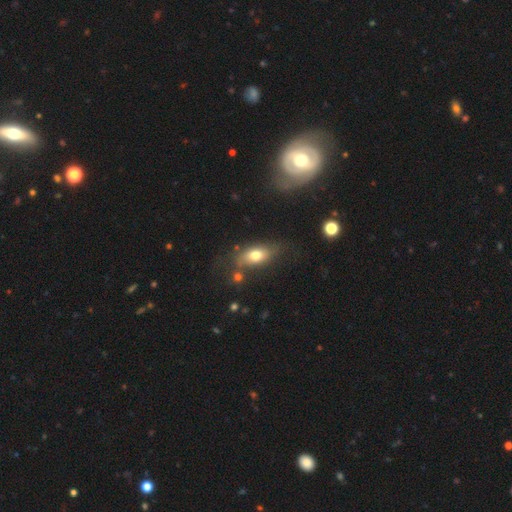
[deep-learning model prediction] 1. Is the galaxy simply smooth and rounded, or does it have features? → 70% smooth, 21% featured or disk, 9% star or artifact.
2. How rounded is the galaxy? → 82% in between, 10% cigar-shaped, 8% round.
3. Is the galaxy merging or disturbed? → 65% none, 20% minor disturbance, 8% major disturbance, 7% merger.